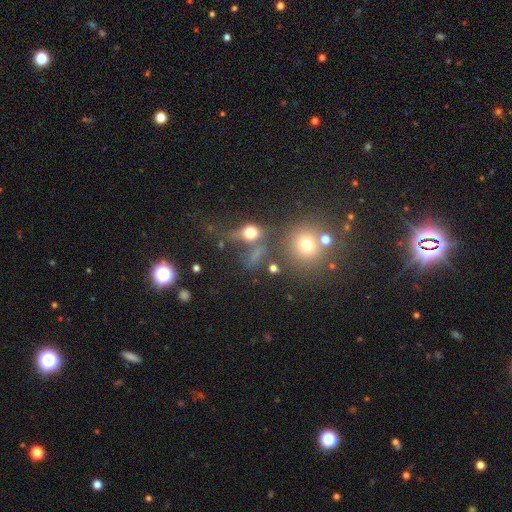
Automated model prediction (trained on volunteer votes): Morphology: type=smooth (52%); roundness=round (53%); merging=none (39%).